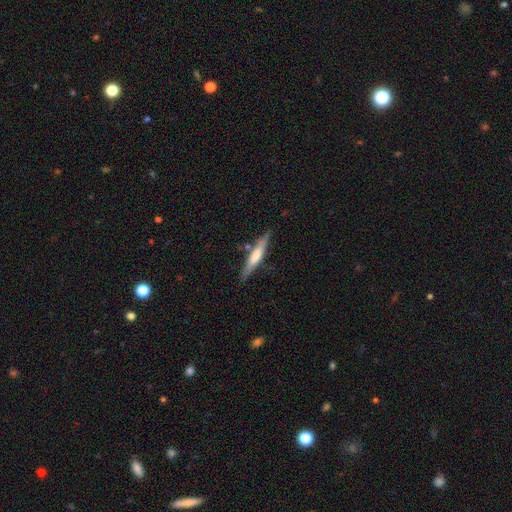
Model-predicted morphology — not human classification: featured or disk 53%, smooth 41%, star or artifact 6%. Down the decision tree: edge-on disk — yes (95%); edge-on bulge — rounded (48%); merging — none (82%).